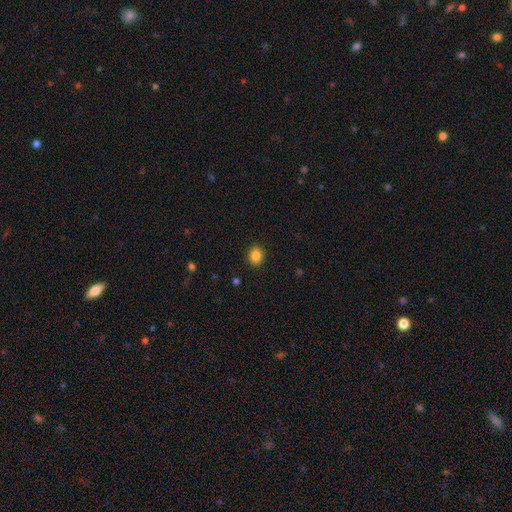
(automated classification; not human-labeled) Overall: smooth (85%). How rounded: round (61%; in between 38%). Merging: none (90%).